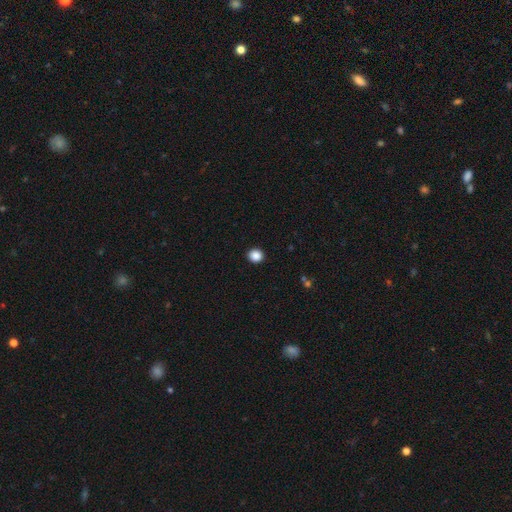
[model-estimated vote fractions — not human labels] Smooth or featured? smooth (88%)
How rounded? round (85%)
Merging? none (93%)